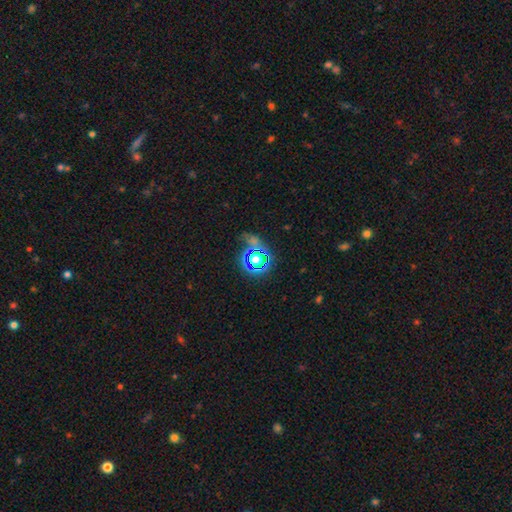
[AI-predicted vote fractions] smooth_or_featured: star or artifact (p=0.72) [alt: smooth p=0.19]